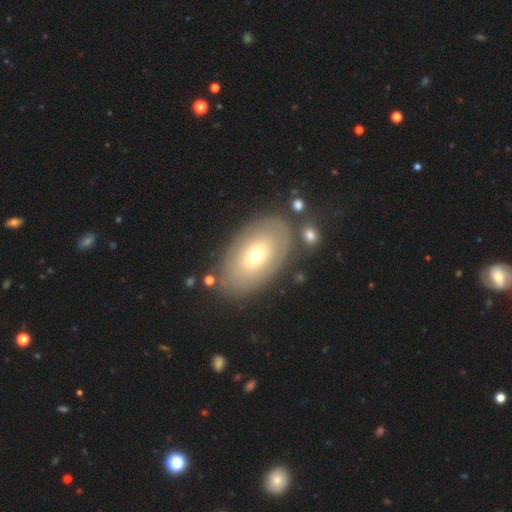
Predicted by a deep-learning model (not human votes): Q: Smooth or featured?
A: smooth (60%); runner-up: featured or disk (32%)
Q: How rounded?
A: in between (90%); runner-up: round (8%)
Q: Merging?
A: none (78%); runner-up: minor disturbance (12%)